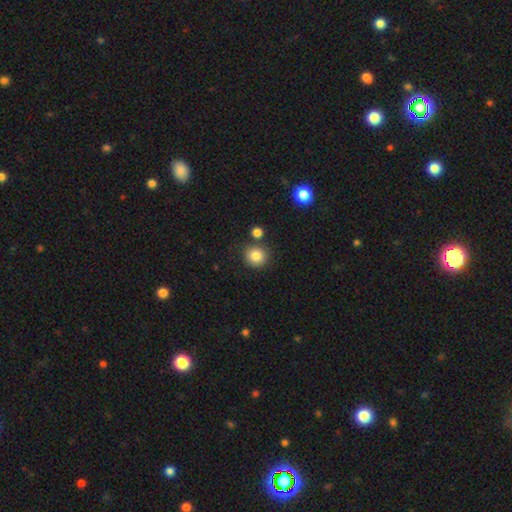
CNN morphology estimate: A smooth galaxy with no disk features (84%) that is round (91%). Merging: none (81%).